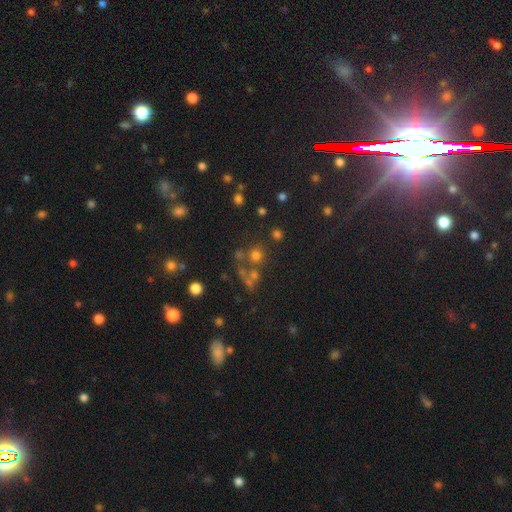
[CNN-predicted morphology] Overall: star or artifact (46%; smooth 41%).